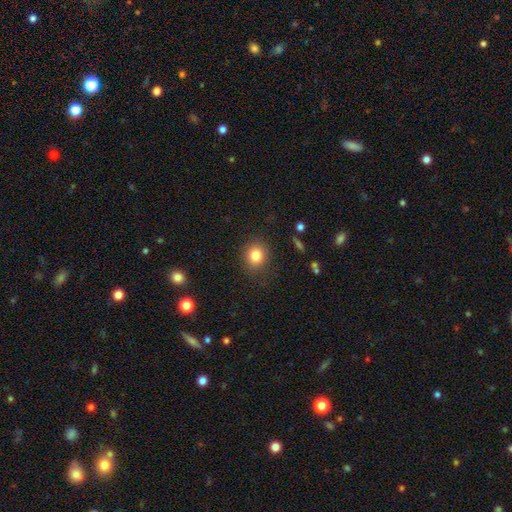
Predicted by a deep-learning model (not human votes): A smooth galaxy with no disk features (82%) that is round (79%).

Vote fractions:
- Smooth or featured? smooth: 82% / star or artifact: 11% / featured or disk: 7%
- How rounded? round: 79% / in between: 21% / cigar-shaped: 1%
- Merging? none: 86% / minor disturbance: 10% / major disturbance: 3% / merger: 1%